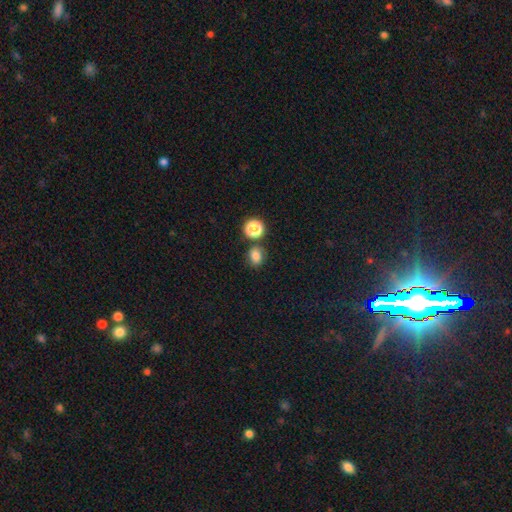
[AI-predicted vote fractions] This appears to be a smooth galaxy with no disk features (78%) that is round (62%). Merging: none (72%).